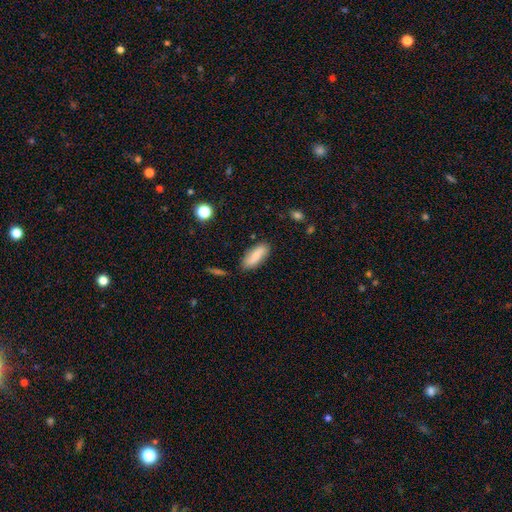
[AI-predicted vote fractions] Smooth or featured? Predicted: smooth (p=0.80). How rounded? Predicted: in between (p=0.71). Merging? Predicted: none (p=0.81).